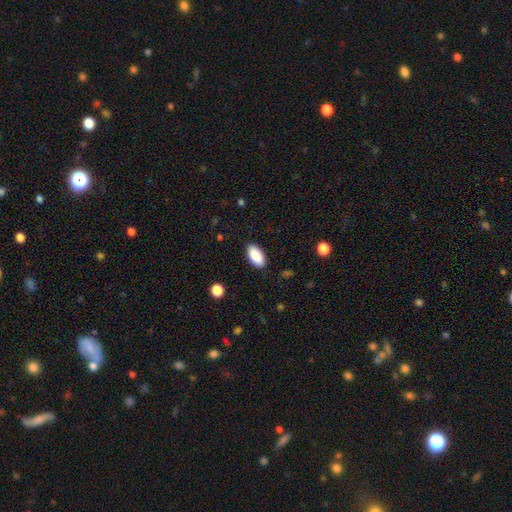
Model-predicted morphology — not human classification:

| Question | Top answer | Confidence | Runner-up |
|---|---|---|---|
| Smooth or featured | smooth | 89% | star or artifact (7%) |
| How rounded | in between | 94% | cigar-shaped (4%) |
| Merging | none | 88% | minor disturbance (8%) |